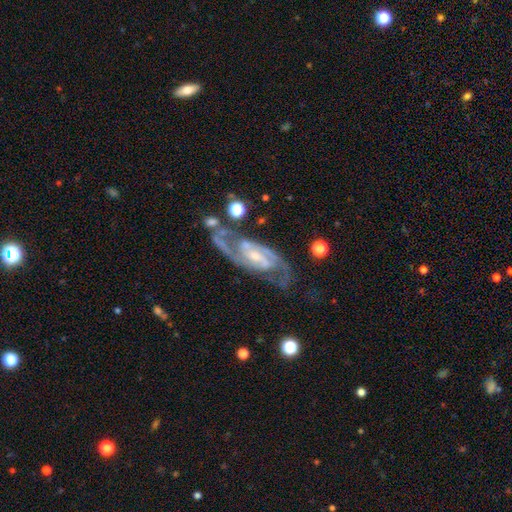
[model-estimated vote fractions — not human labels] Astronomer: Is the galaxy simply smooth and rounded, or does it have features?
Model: featured or disk — 91%.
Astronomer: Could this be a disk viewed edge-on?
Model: no — 95%.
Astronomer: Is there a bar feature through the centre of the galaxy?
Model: weak — 47% (runner-up: strong, 30%).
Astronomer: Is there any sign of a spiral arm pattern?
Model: yes — 98%.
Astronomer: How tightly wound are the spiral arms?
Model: medium — 55% (runner-up: tight, 31%).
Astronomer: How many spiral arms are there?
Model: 2 — 87%.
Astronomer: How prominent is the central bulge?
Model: small — 57% (runner-up: moderate, 33%).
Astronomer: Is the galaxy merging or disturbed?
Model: none — 65%.